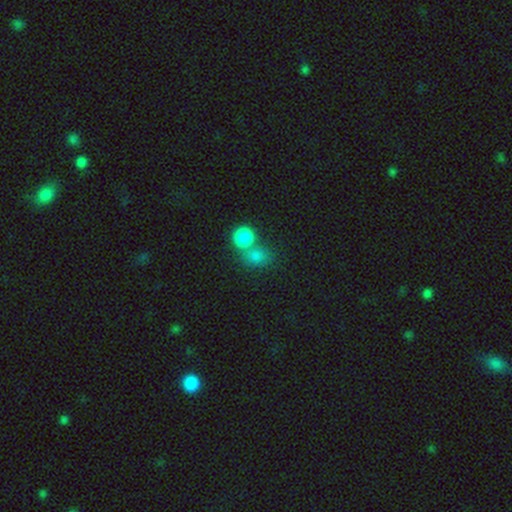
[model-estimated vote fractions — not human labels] This is likely a smooth galaxy (79%). How rounded: likely round (70%). Merging: marginally merger (44%).